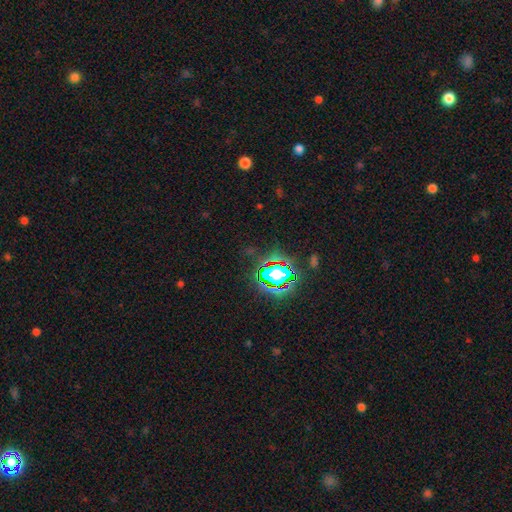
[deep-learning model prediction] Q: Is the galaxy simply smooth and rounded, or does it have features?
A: star or artifact — 79%.